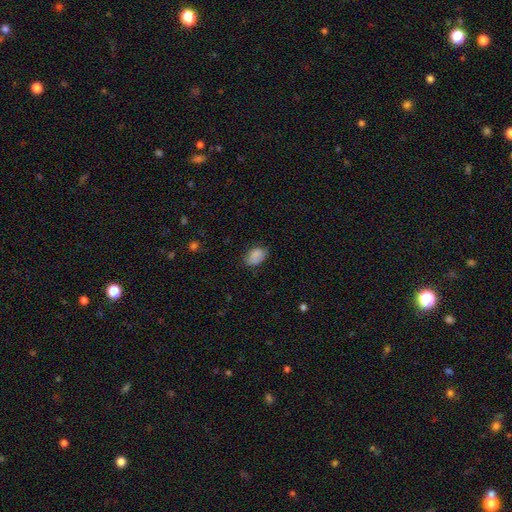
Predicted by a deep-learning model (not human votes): Smooth or featured?
  - smooth: 82% *
  - star or artifact: 10%
  - featured or disk: 9%
How rounded?
  - in between: 85% *
  - round: 14%
  - cigar-shaped: 1%
Merging?
  - none: 70% *
  - minor disturbance: 23%
  - major disturbance: 5%
  - merger: 2%